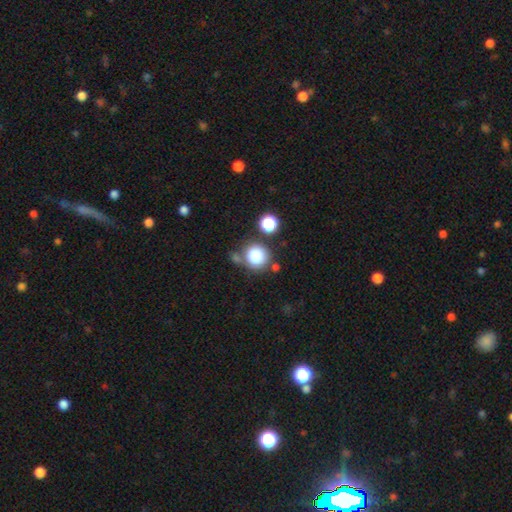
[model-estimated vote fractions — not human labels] Smooth or featured: smooth — 83% (star or artifact — 11%)
How rounded: round — 90% (in between — 9%)
Merging: none — 65% (merger — 16%)